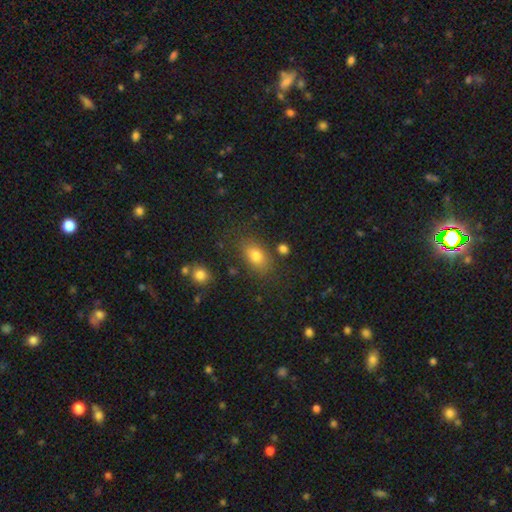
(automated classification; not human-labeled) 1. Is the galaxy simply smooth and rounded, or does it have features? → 78% smooth, 11% star or artifact, 11% featured or disk.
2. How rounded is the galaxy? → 81% in between, 15% round, 4% cigar-shaped.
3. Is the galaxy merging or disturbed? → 75% none, 14% minor disturbance, 5% major disturbance, 5% merger.